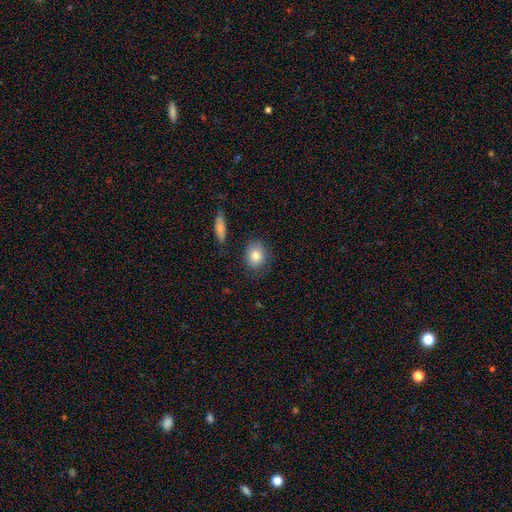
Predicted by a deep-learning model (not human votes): This is clearly a smooth galaxy (81%). How rounded: likely round (66%). Merging: clearly none (80%).